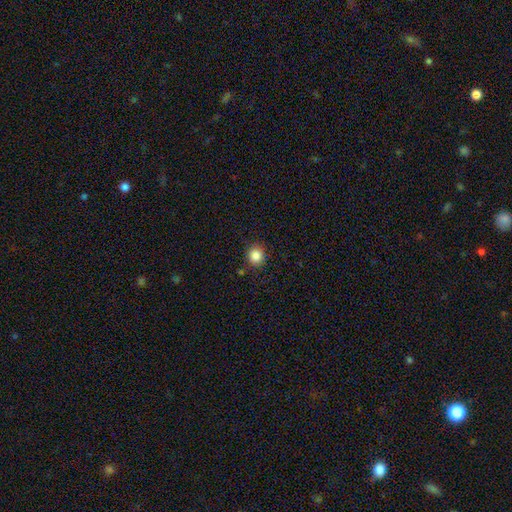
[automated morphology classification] Smooth or featured? smooth (85%)
How rounded? round (87%)
Merging? none (87%)